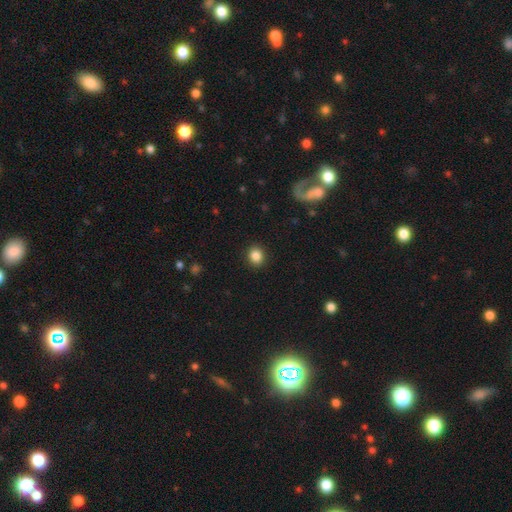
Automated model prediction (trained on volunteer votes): smooth 86%, star or artifact 10%, featured or disk 4%. Down the decision tree: how rounded — round (72%); merging — none (91%).